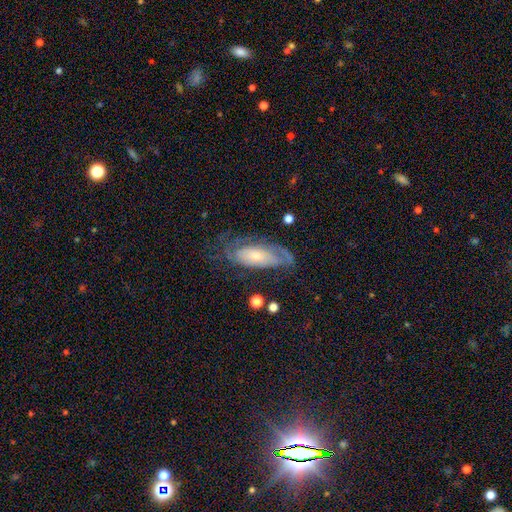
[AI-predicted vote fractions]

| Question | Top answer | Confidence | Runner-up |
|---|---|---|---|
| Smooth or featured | featured or disk | 67% | smooth (26%) |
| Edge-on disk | no | 86% | yes (14%) |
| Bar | no | 74% | weak (20%) |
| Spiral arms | yes | 80% | no (20%) |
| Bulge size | small | 60% | moderate (32%) |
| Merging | none | 55% | minor disturbance (23%) |